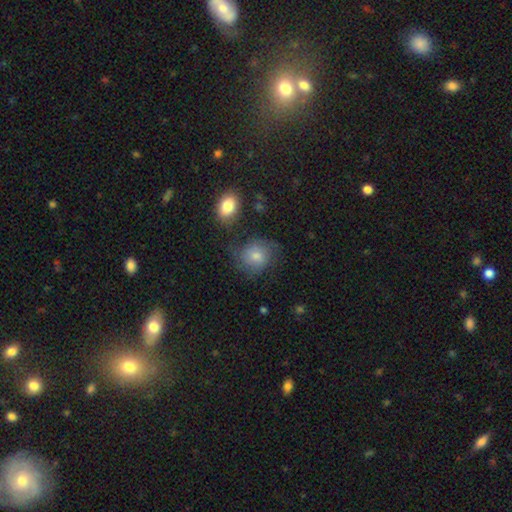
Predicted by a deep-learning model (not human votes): This is possibly a smooth galaxy (55%). How rounded: likely round (74%). Merging: likely none (66%).